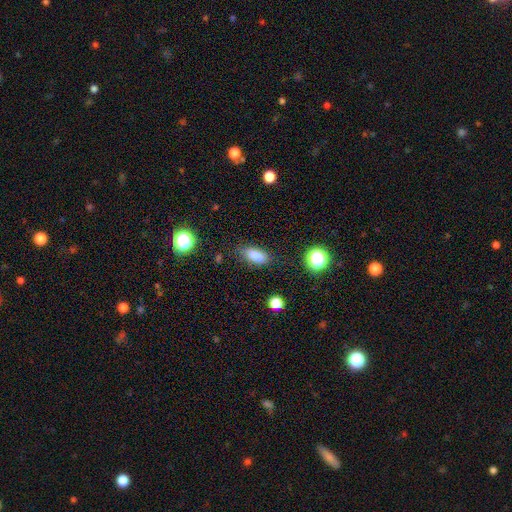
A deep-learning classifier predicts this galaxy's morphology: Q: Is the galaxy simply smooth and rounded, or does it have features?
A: smooth — 84%.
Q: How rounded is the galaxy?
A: in between — 82%.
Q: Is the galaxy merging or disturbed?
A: none — 80%.